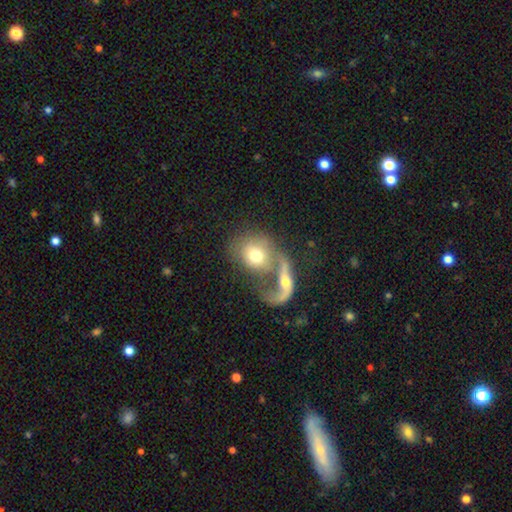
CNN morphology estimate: smooth-or-featured: smooth: 52% | featured or disk: 39% | star or artifact: 9%
  how-rounded: round: 55% | in between: 43% | cigar-shaped: 2%
  merging: merger: 63% | none: 16% | major disturbance: 15% | minor disturbance: 6%